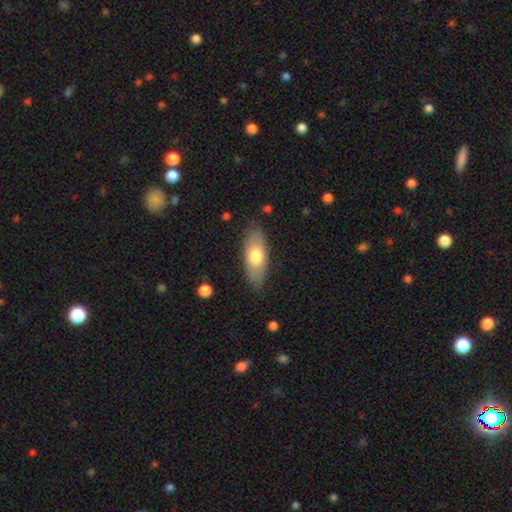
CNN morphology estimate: This is likely a smooth galaxy (67%). How rounded: clearly in between (82%). Merging: clearly none (81%).